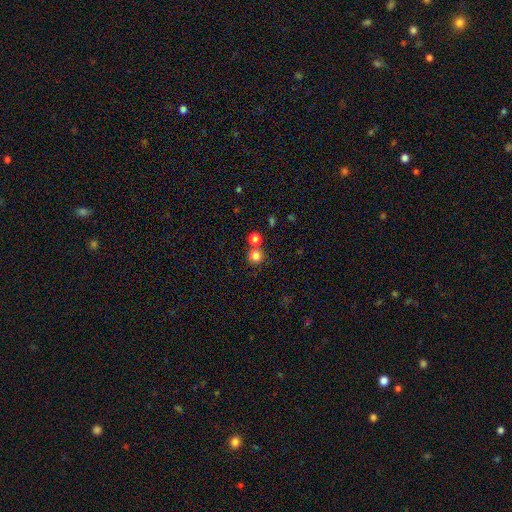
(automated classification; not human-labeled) A smooth galaxy with no disk features (81%) that is round (92%).

Vote fractions:
- Smooth or featured? smooth: 81% / star or artifact: 13% / featured or disk: 7%
- How rounded? round: 92% / in between: 7% / cigar-shaped: 1%
- Merging? none: 67% / merger: 22% / minor disturbance: 8% / major disturbance: 3%